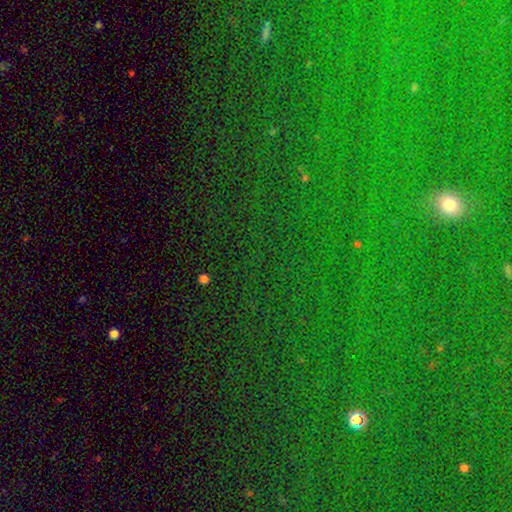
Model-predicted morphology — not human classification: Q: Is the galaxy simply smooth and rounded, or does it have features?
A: star or artifact — 77%.